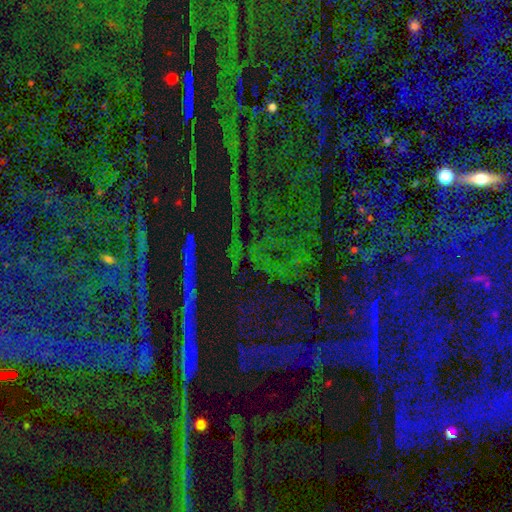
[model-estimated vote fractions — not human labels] The model was most divided on "smooth or featured": star or artifact: 80%, smooth: 10%, featured or disk: 9%.